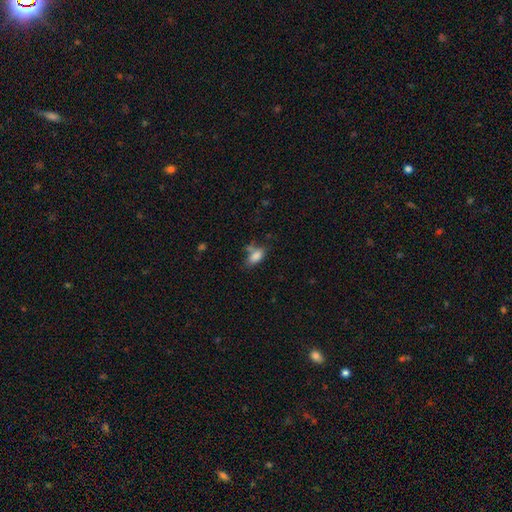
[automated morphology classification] The model was most divided on "merging": none: 53%, minor disturbance: 22%, merger: 17%, major disturbance: 8%. More confident: how rounded — in between (89%); smooth or featured — smooth (83%).